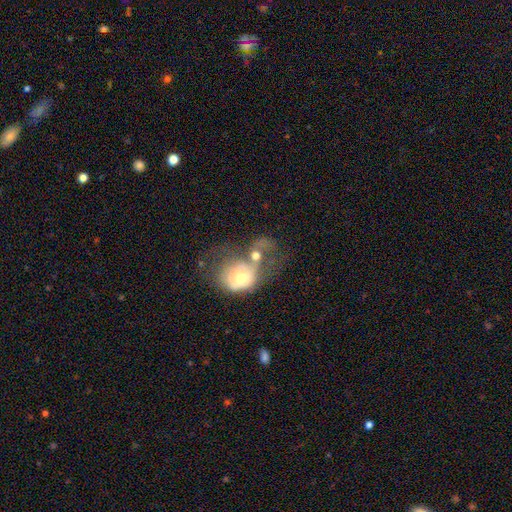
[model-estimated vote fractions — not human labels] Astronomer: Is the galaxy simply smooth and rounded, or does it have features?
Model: smooth — 49% (runner-up: featured or disk, 41%).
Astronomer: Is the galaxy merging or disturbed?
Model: merger — 60%.